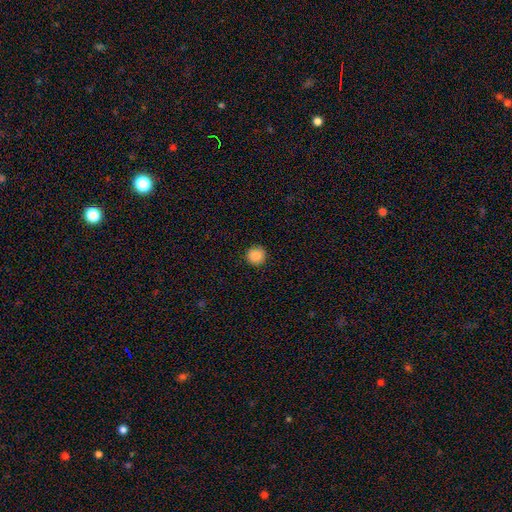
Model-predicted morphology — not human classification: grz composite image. It shows a smooth galaxy with no disk features (89%) that is round (95%). Merging: none (92%).